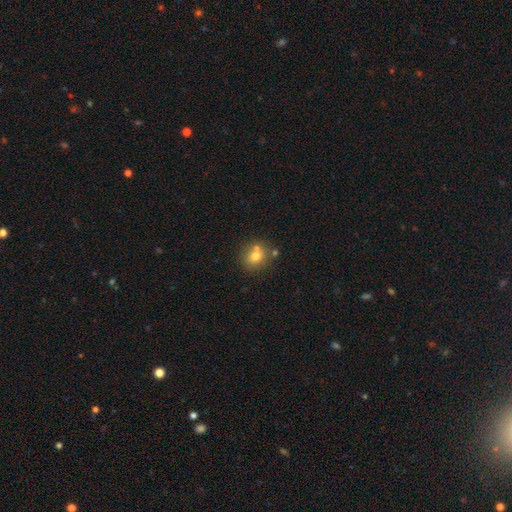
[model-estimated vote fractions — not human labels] smooth-or-featured: smooth: 72% | featured or disk: 15% | star or artifact: 12%
  how-rounded: round: 76% | in between: 23% | cigar-shaped: 1%
  merging: none: 63% | merger: 22% | minor disturbance: 11% | major disturbance: 4%